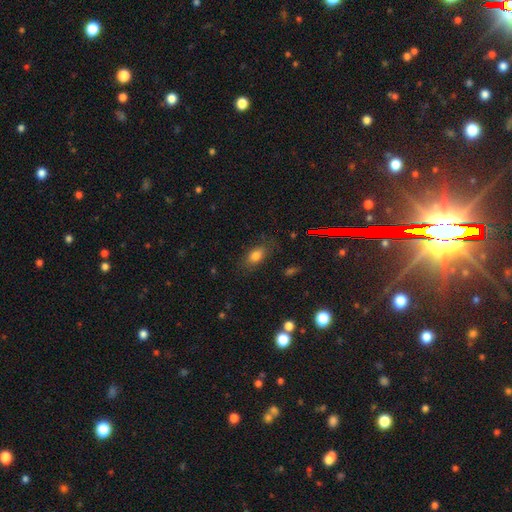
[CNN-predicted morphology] This appears to be a smooth galaxy with no disk features (77%) that is in between round and cigar-shaped (82%). Merging: none (78%).